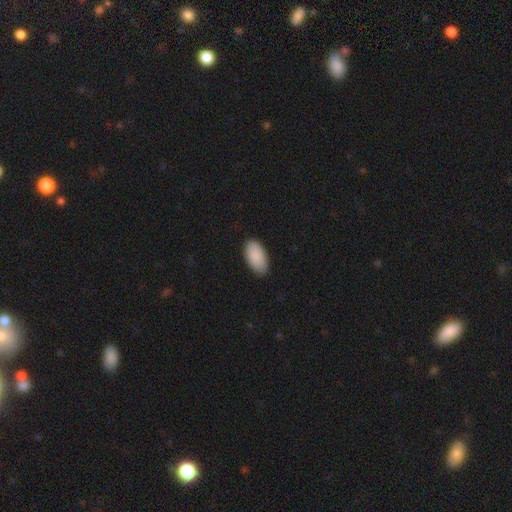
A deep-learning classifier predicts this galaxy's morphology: smooth-or-featured: smooth: 91% | star or artifact: 6% | featured or disk: 4%
  how-rounded: in between: 96% | round: 2% | cigar-shaped: 2%
  merging: none: 86% | minor disturbance: 11% | major disturbance: 2% | merger: 1%